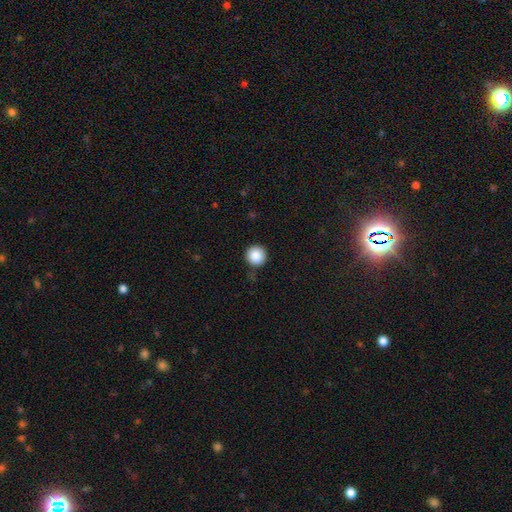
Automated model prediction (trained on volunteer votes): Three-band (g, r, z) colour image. It shows a smooth galaxy with no disk features (88%) that is round (96%). Merging: none (87%).